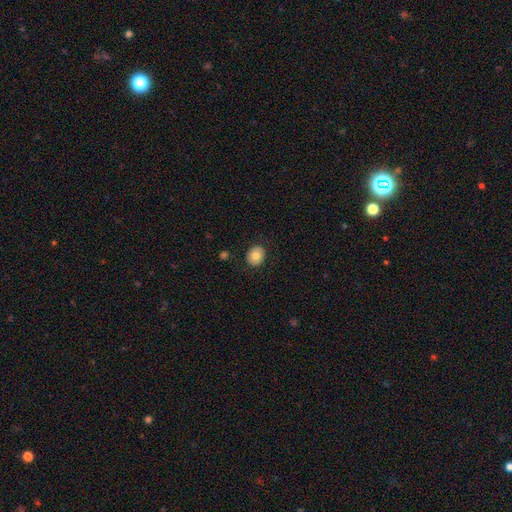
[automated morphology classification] Smooth or featured?
  - smooth: 77% *
  - featured or disk: 15%
  - star or artifact: 8%
How rounded?
  - round: 72% *
  - in between: 27%
  - cigar-shaped: 1%
Merging?
  - none: 88% *
  - minor disturbance: 9%
  - major disturbance: 2%
  - merger: 1%